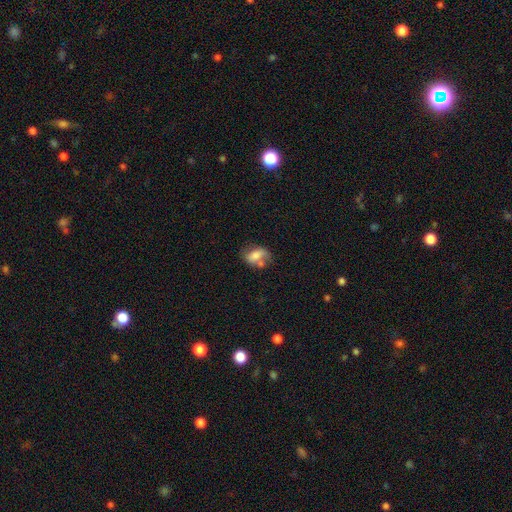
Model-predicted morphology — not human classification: Smooth or featured?
  - smooth: 59% *
  - featured or disk: 32%
  - star or artifact: 9%
How rounded?
  - in between: 78% *
  - round: 19%
  - cigar-shaped: 3%
Merging?
  - none: 38% *
  - merger: 26%
  - minor disturbance: 23%
  - major disturbance: 13%